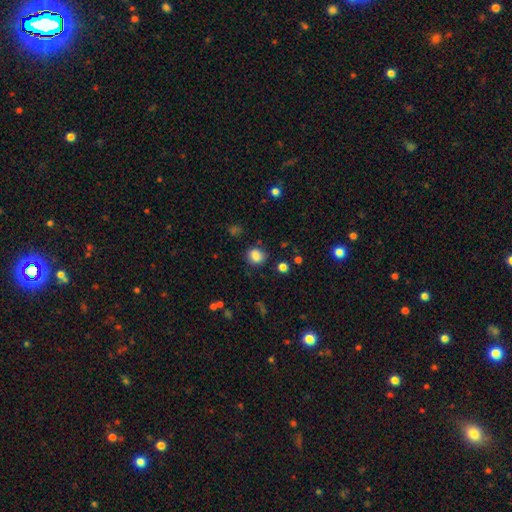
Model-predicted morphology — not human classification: Overall: smooth (85%). How rounded: round (68%; in between 31%). Merging: none (80%).